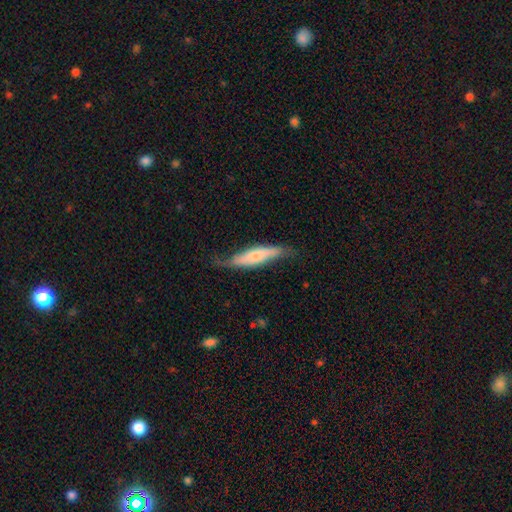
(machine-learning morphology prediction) A featured or disk galaxy (50%). Merging: none (57%).